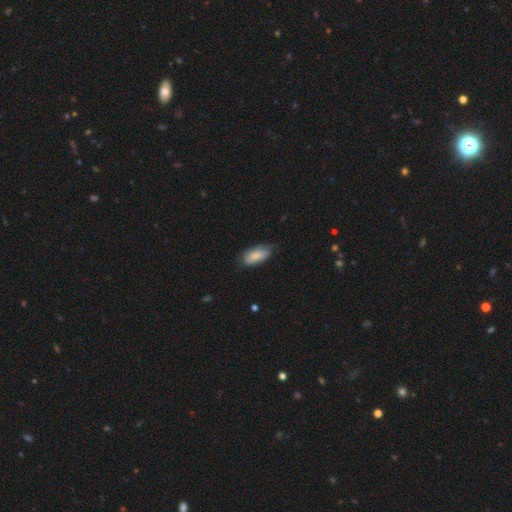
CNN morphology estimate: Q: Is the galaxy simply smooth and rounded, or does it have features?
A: smooth — 82%.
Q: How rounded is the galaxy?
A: in between — 89%.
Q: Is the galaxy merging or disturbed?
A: none — 61%.